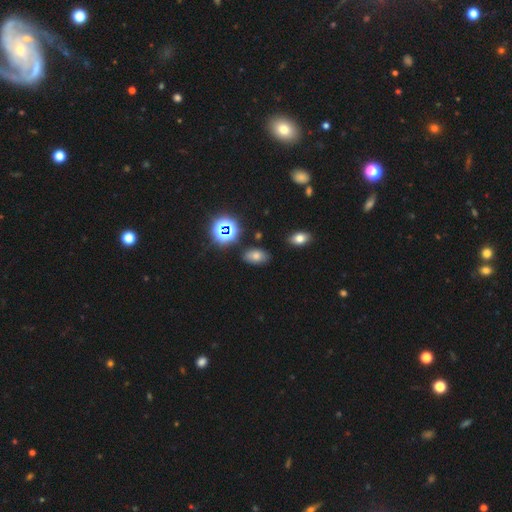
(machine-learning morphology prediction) A smooth galaxy with no disk features (59%) that is in between round and cigar-shaped (85%).

Vote fractions:
- Smooth or featured? smooth: 59% / star or artifact: 30% / featured or disk: 12%
- How rounded? in between: 85% / round: 13% / cigar-shaped: 2%
- Merging? none: 83% / minor disturbance: 11% / major disturbance: 3% / merger: 3%